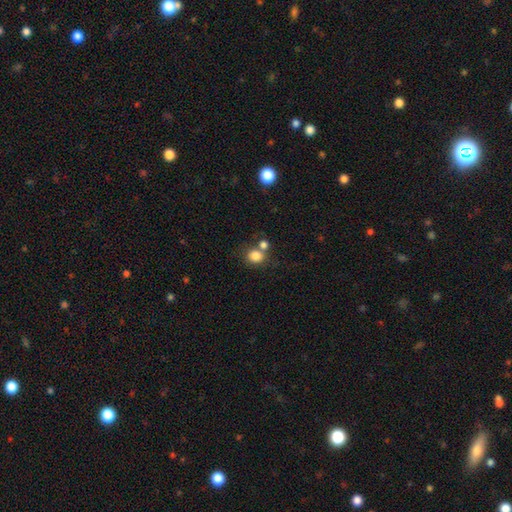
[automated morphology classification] Smooth or featured?
  - smooth: 82% *
  - star or artifact: 11%
  - featured or disk: 7%
How rounded?
  - round: 76% *
  - in between: 23%
  - cigar-shaped: 1%
Merging?
  - none: 56% *
  - merger: 29%
  - minor disturbance: 11%
  - major disturbance: 5%